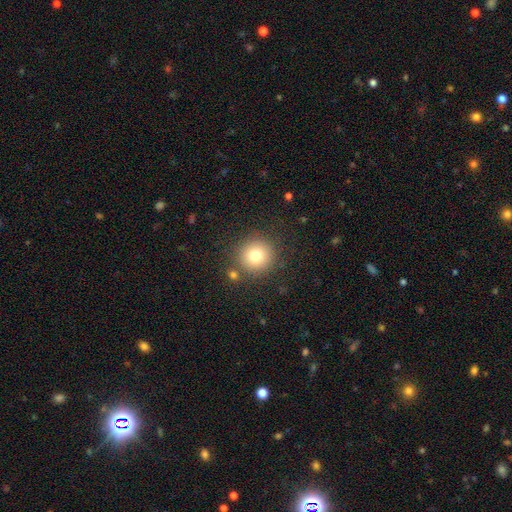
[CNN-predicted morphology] The model was most divided on "smooth or featured": smooth: 78%, star or artifact: 12%, featured or disk: 10%. More confident: how rounded — round (93%); merging — none (84%).